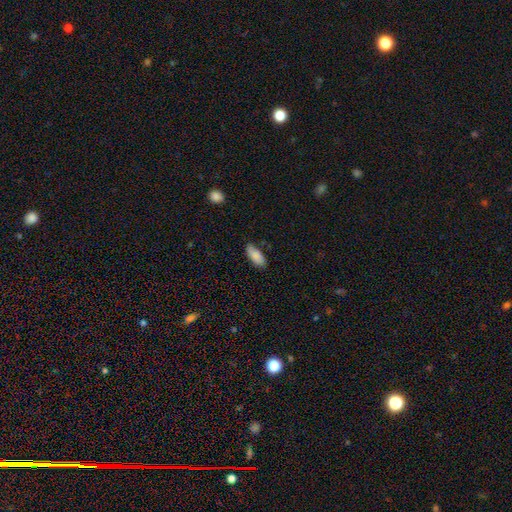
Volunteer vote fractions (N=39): Smooth or featured?
  - smooth: 85% *
  - featured or disk: 8%
  - star or artifact: 8%
How rounded?
  - in between: 85% *
  - cigar-shaped: 15%
  - round: 0%
Merging?
  - none: 78% *
  - minor disturbance: 22%
  - major disturbance: 0%
  - merger: 0%